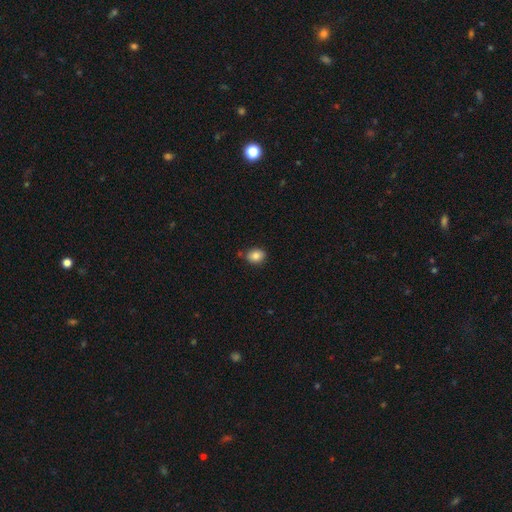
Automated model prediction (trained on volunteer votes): This is clearly a smooth galaxy (84%). How rounded: possibly in between (52%). Merging: likely none (79%).